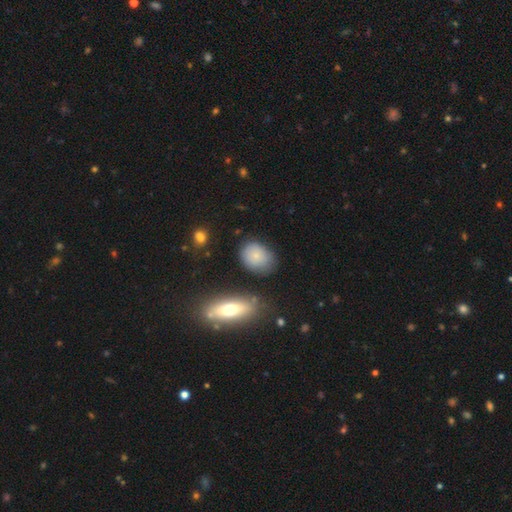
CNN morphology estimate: Overall: smooth (79%). How rounded: in between (60%; round 38%). Merging: none (69%).